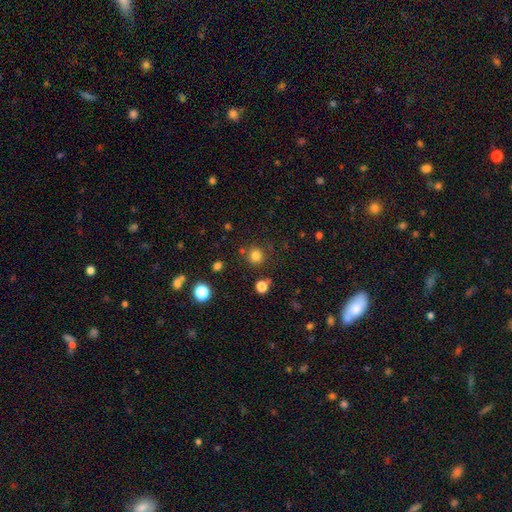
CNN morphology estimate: A smooth galaxy with no disk features (80%) that is round (91%). Merging: none (81%).